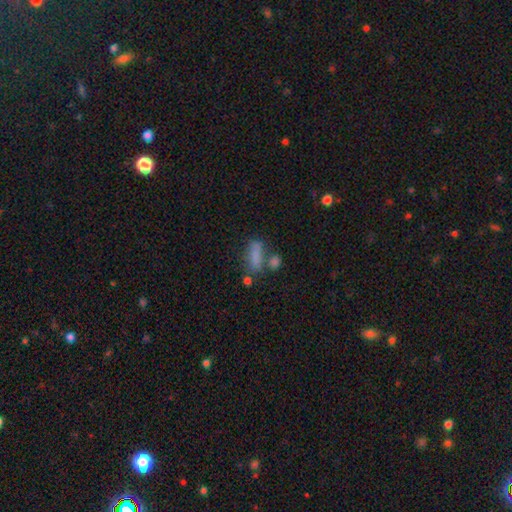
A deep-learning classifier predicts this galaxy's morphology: smooth 76%, featured or disk 13%, star or artifact 11%. Down the decision tree: how rounded — in between (55%); merging — none (48%).